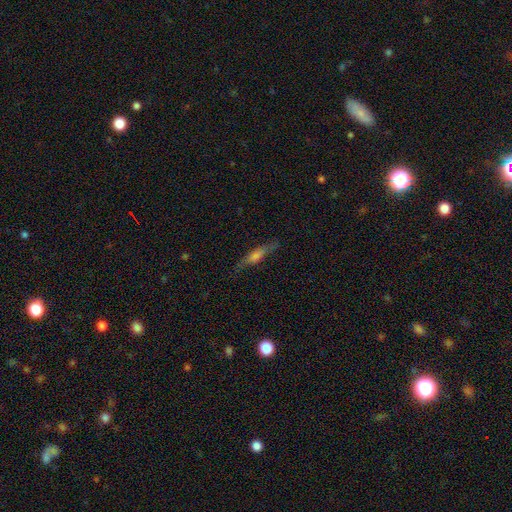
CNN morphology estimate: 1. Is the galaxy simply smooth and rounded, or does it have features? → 56% featured or disk, 35% smooth, 9% star or artifact.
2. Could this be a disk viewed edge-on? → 88% yes, 12% no.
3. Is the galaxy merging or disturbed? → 80% none, 15% minor disturbance, 4% major disturbance, 1% merger.